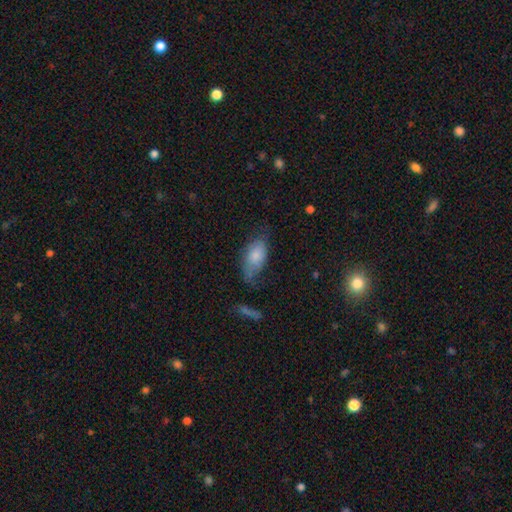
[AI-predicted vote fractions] This appears to be a smooth galaxy with no disk features (76%) that is in between round and cigar-shaped (92%). Merging: none (44%).